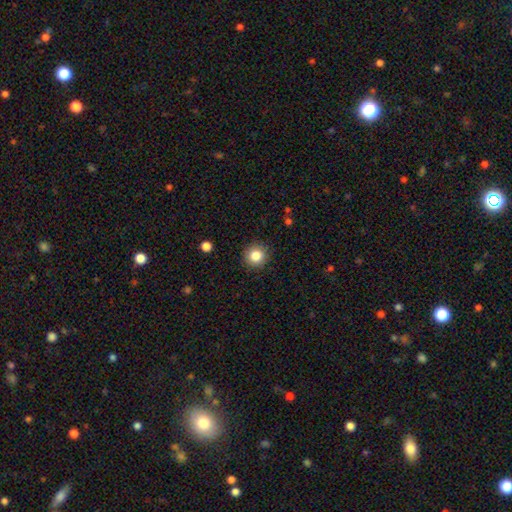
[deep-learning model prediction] smooth-or-featured: smooth: 84% | star or artifact: 10% | featured or disk: 6%
  how-rounded: round: 93% | in between: 6% | cigar-shaped: 1%
  merging: none: 90% | minor disturbance: 6% | major disturbance: 2% | merger: 1%